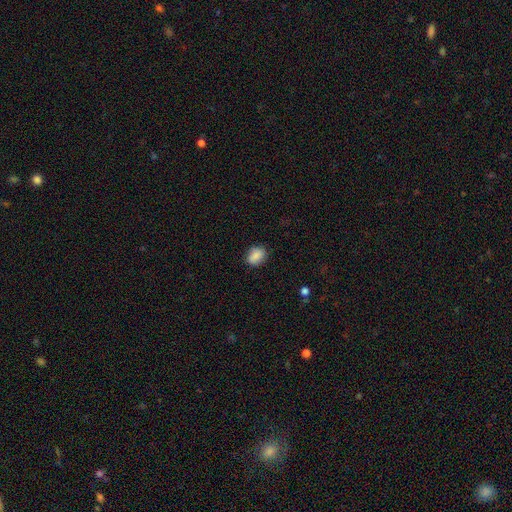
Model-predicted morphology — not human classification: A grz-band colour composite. It shows a smooth galaxy with no disk features (85%) that is in between round and cigar-shaped (62%). Merging: none (80%).